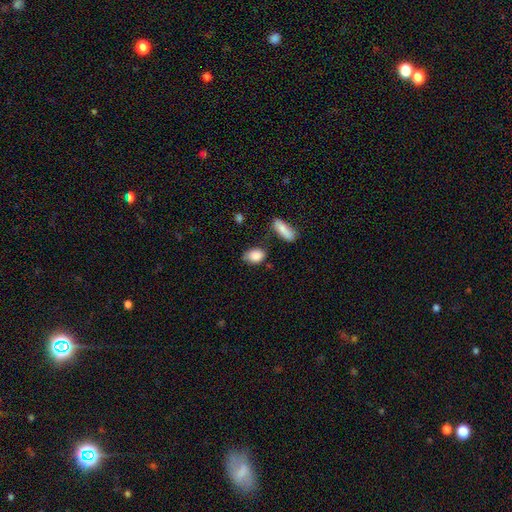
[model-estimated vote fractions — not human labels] Morphology: type=smooth (86%); roundness=in between (82%); merging=none (60%).